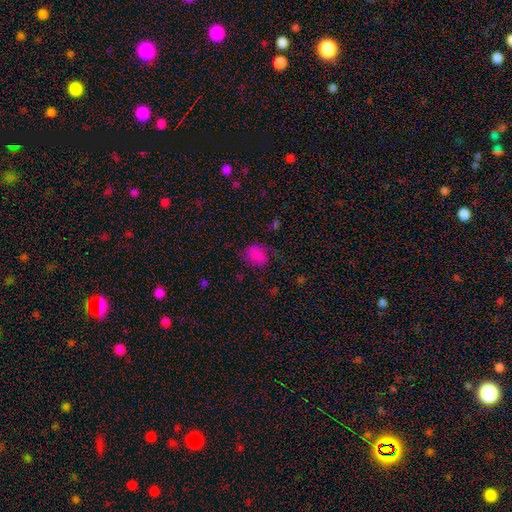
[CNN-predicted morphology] smooth-or-featured: smooth: 68% | featured or disk: 17% | star or artifact: 15%
  how-rounded: in between: 60% | round: 39% | cigar-shaped: 1%
  merging: none: 51% | minor disturbance: 25% | major disturbance: 21% | merger: 2%